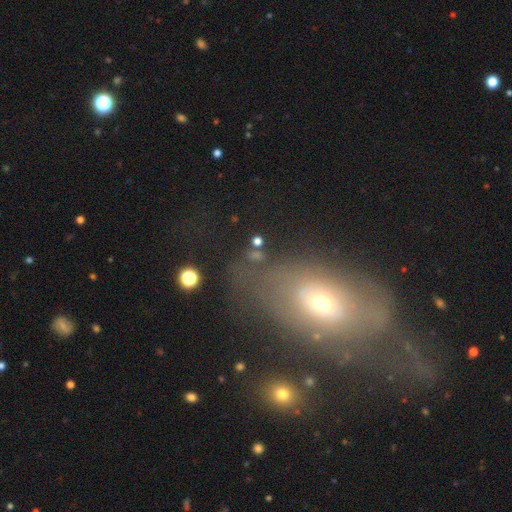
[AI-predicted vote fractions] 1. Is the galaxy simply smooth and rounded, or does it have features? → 46% smooth, 27% featured or disk, 26% star or artifact.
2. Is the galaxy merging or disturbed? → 51% none, 21% major disturbance, 17% minor disturbance, 11% merger.